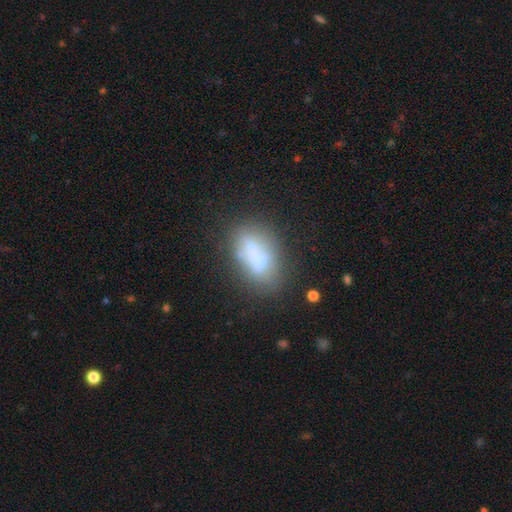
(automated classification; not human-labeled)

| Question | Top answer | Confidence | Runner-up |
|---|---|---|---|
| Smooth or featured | smooth | 50% | featured or disk (38%) |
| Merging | none | 42% | merger (23%) |